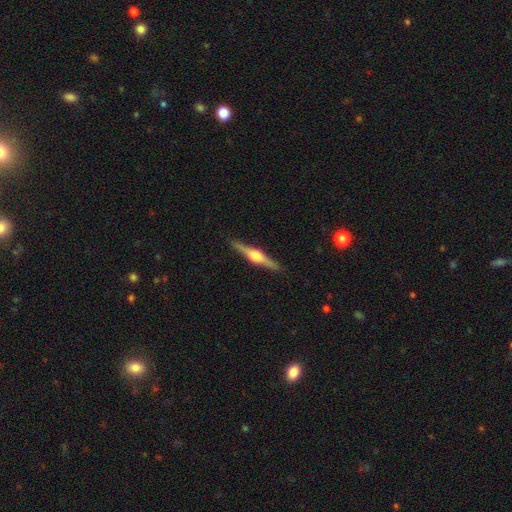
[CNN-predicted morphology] Overall: featured or disk (79%). Edge-on disk: yes (98%). Edge-on bulge: rounded (93%). Merging: none (92%).